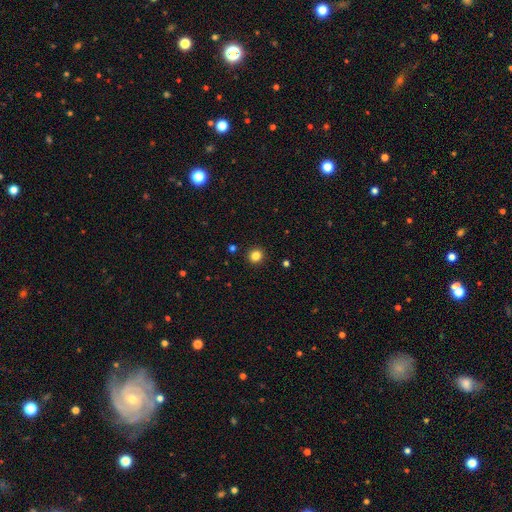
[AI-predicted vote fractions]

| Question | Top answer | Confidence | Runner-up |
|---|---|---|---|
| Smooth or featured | smooth | 84% | star or artifact (12%) |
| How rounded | round | 92% | in between (7%) |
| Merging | none | 93% | minor disturbance (4%) |